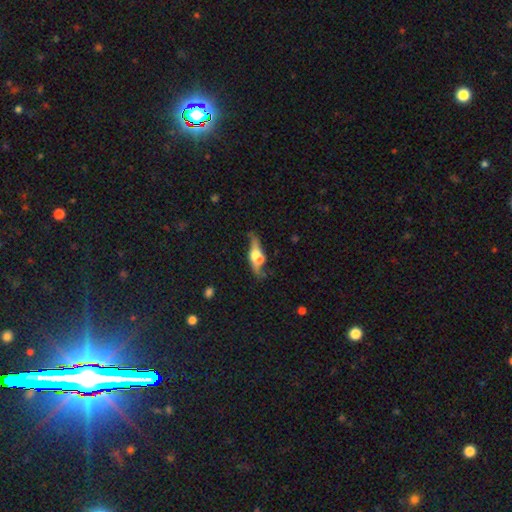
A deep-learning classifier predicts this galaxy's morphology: featured or disk 58%, smooth 34%, star or artifact 8%. Down the decision tree: edge-on disk — yes (64%); merging — none (49%).